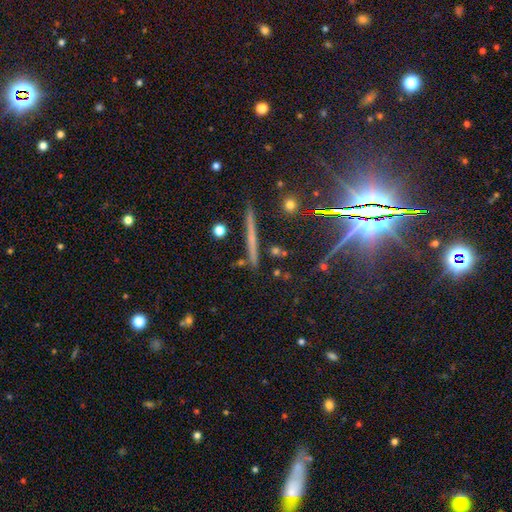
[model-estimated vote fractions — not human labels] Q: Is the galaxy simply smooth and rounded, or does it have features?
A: smooth — 45%.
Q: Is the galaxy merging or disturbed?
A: none — 85%.